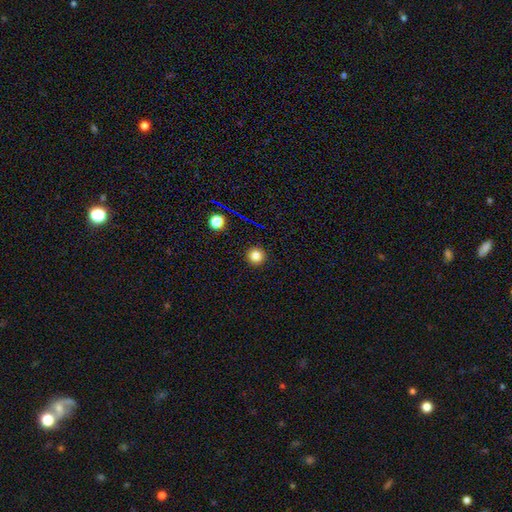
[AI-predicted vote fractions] Smooth or featured?
  - smooth: 81% *
  - star or artifact: 14%
  - featured or disk: 5%
How rounded?
  - round: 96% *
  - in between: 3%
  - cigar-shaped: 1%
Merging?
  - none: 93% *
  - minor disturbance: 4%
  - major disturbance: 2%
  - merger: 1%